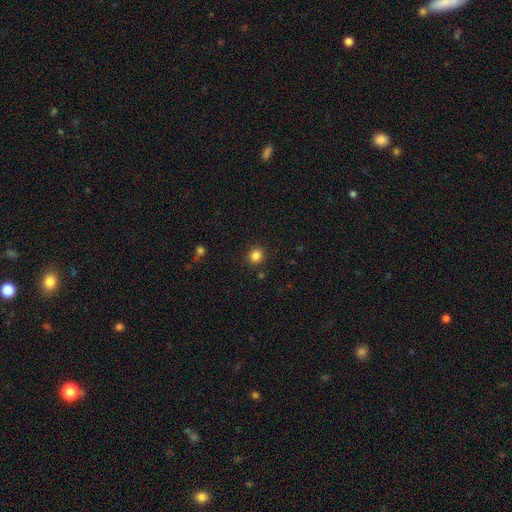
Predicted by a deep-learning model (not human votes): Smooth or featured? smooth (84%)
How rounded? round (90%)
Merging? none (90%)